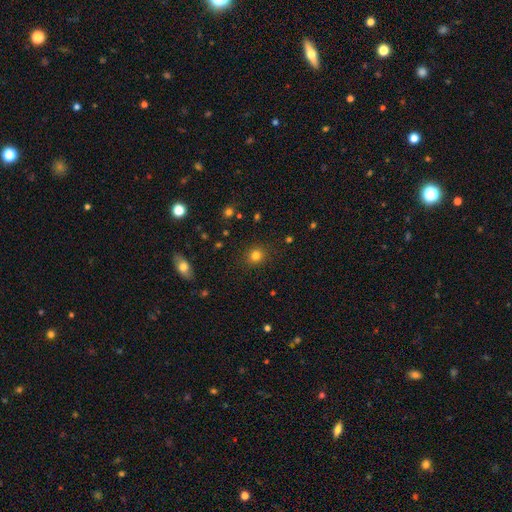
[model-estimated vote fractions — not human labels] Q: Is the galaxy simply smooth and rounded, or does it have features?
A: smooth — 80%.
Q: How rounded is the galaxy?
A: round — 86%.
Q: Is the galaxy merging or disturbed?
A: none — 89%.